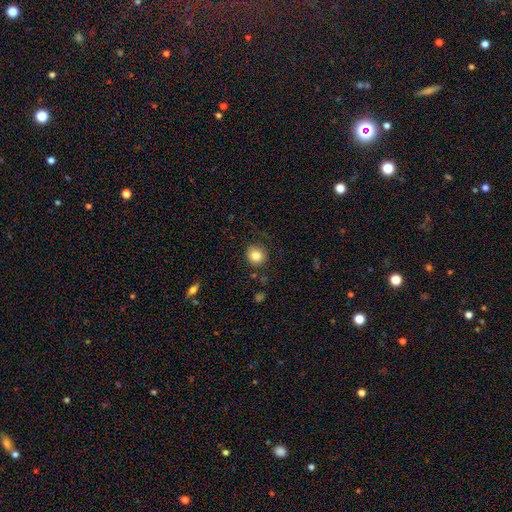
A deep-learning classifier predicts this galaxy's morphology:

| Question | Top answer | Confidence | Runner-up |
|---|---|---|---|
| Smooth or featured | smooth | 83% | star or artifact (10%) |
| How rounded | round | 90% | in between (9%) |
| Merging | none | 83% | minor disturbance (11%) |